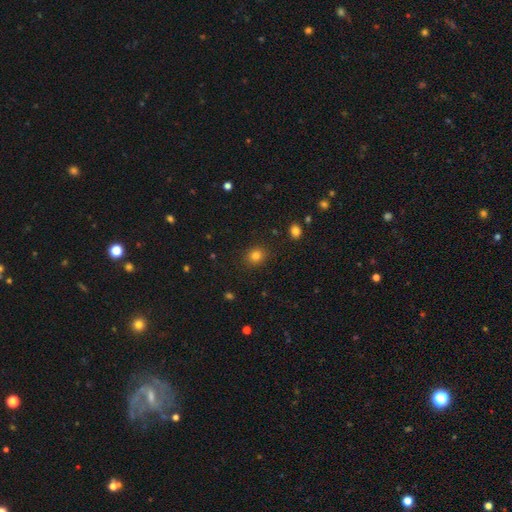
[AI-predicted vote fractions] Smooth or featured? smooth (82%)
How rounded? round (76%)
Merging? none (89%)